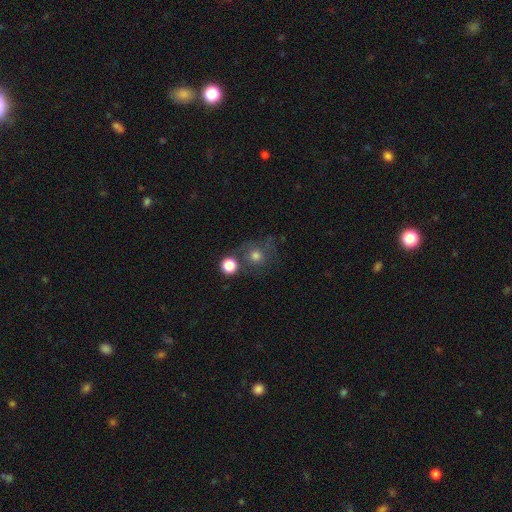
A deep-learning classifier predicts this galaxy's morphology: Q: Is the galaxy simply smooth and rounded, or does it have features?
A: smooth — 70%.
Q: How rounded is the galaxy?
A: round — 89%.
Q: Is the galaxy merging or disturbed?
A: none — 59%.